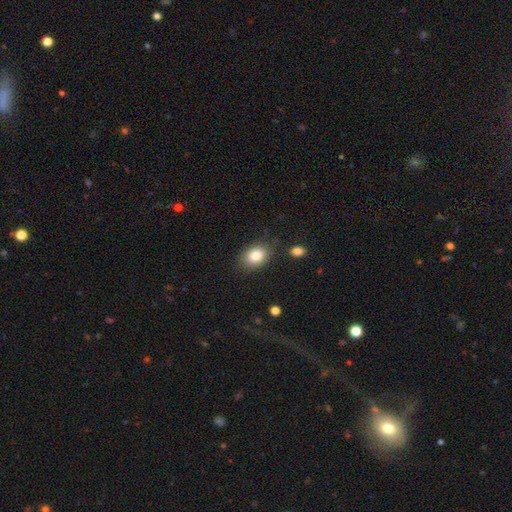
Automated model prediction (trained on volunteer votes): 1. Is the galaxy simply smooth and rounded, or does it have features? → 83% smooth, 9% star or artifact, 8% featured or disk.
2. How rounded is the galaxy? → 75% in between, 24% round, 1% cigar-shaped.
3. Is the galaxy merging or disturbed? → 82% none, 12% minor disturbance, 3% merger, 3% major disturbance.